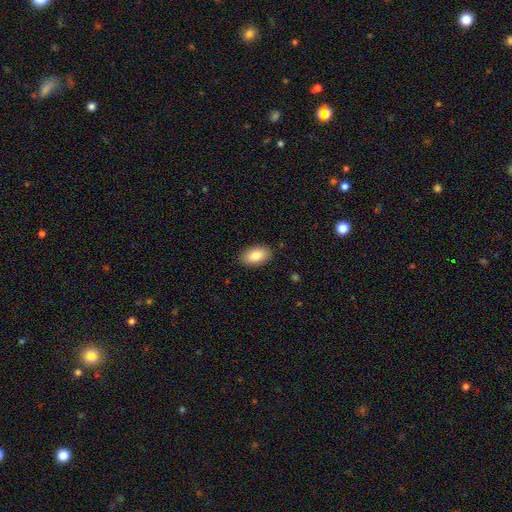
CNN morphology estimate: This is clearly a smooth galaxy (84%). How rounded: clearly in between (94%). Merging: clearly none (88%).